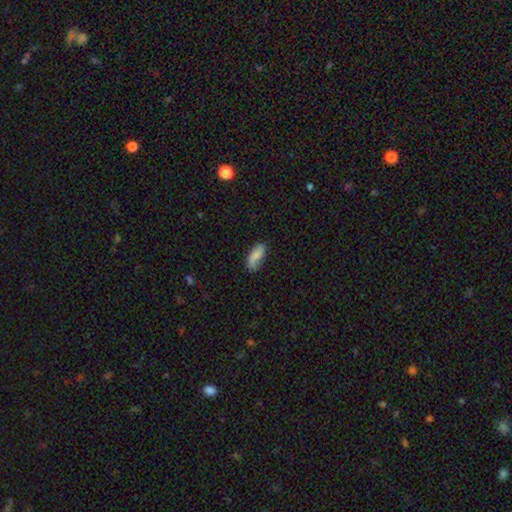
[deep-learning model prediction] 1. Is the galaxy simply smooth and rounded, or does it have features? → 76% smooth, 16% featured or disk, 8% star or artifact.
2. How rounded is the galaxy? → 82% in between, 16% cigar-shaped, 2% round.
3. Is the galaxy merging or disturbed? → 60% none, 28% minor disturbance, 8% major disturbance, 3% merger.